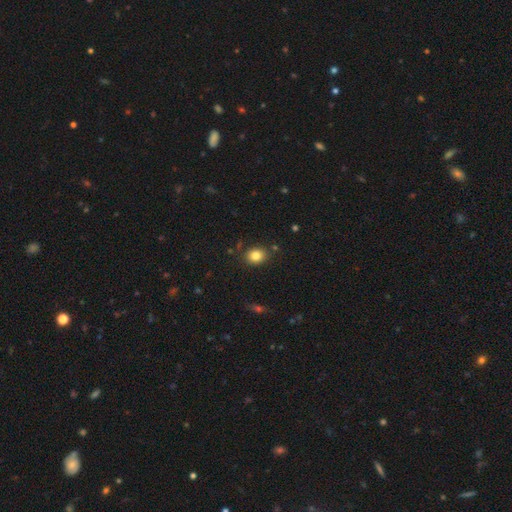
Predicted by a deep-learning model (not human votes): Q: Smooth or featured?
A: smooth (82%); runner-up: star or artifact (11%)
Q: How rounded?
A: round (57%); runner-up: in between (42%)
Q: Merging?
A: none (84%); runner-up: minor disturbance (10%)